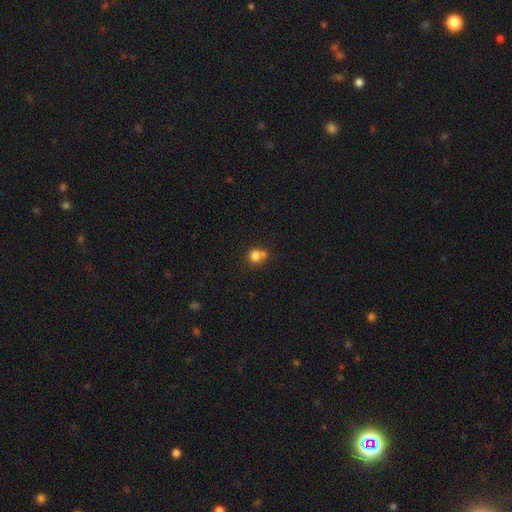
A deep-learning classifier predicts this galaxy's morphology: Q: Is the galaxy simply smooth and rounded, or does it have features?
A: smooth — 79%.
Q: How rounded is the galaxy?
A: round — 84%.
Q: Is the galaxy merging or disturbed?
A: none — 49%.